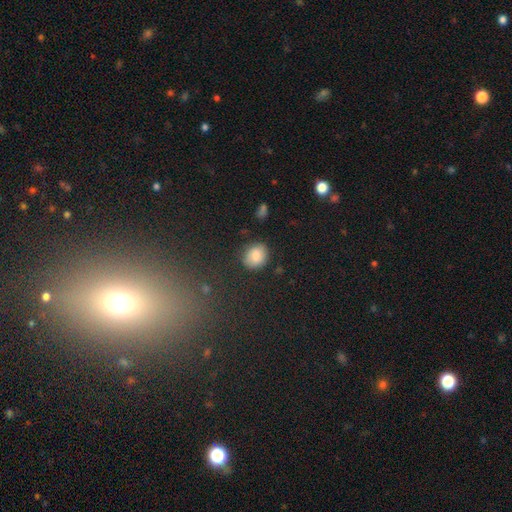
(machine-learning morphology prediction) Q: Smooth or featured?
A: smooth (84%); runner-up: star or artifact (8%)
Q: How rounded?
A: round (61%); runner-up: in between (38%)
Q: Merging?
A: none (79%); runner-up: minor disturbance (15%)